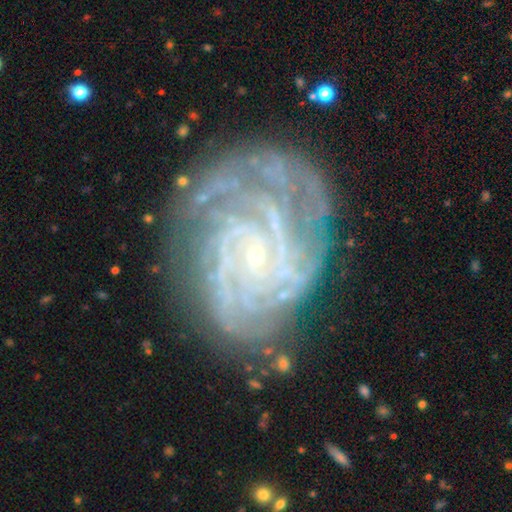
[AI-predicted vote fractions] smooth-or-featured: featured or disk: 88% | star or artifact: 7% | smooth: 5%
  disk-edge-on: no: 97% | yes: 3%
    bar: no: 70% | weak: 22% | strong: 8%
    has-spiral-arms: yes: 97% | no: 3%
      spiral-winding: tight: 73% | medium: 23% | loose: 4%
      spiral-arm-count: 4: 25% | can't tell: 22% | more than 4: 17% | 3: 16% | 2: 12% | 1: 8%
    bulge-size: small: 88% | moderate: 7% | none: 3% | large: 1% | dominant: 1%
  merging: none: 72% | minor disturbance: 17% | major disturbance: 8% | merger: 2%